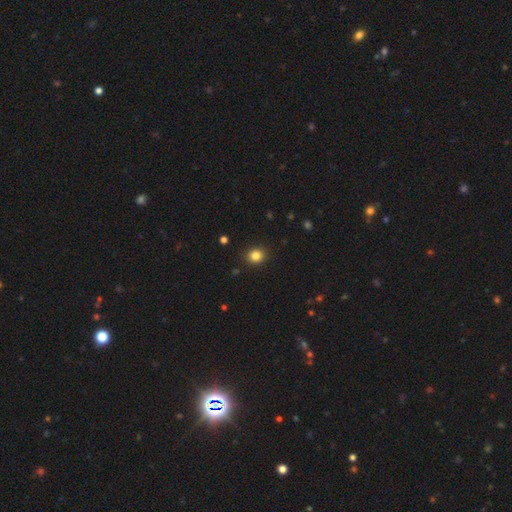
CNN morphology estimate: Smooth or featured: smooth — 83% (star or artifact — 12%)
How rounded: round — 72% (in between — 27%)
Merging: none — 90% (minor disturbance — 7%)